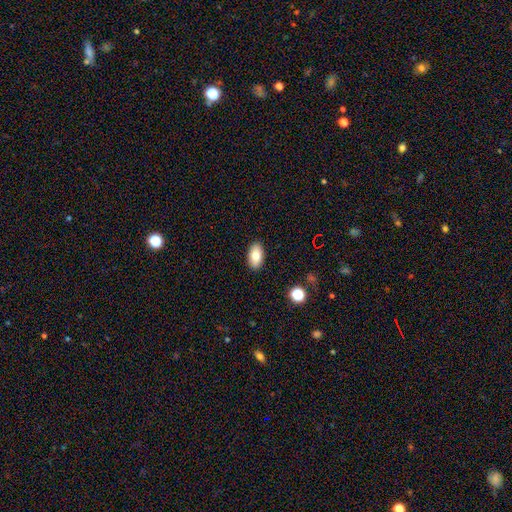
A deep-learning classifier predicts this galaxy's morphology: A smooth galaxy with no disk features (81%) that is in between round and cigar-shaped (94%).

Vote fractions:
- Smooth or featured? smooth: 81% / featured or disk: 11% / star or artifact: 8%
- How rounded? in between: 94% / round: 4% / cigar-shaped: 3%
- Merging? none: 89% / minor disturbance: 8% / major disturbance: 2% / merger: 1%